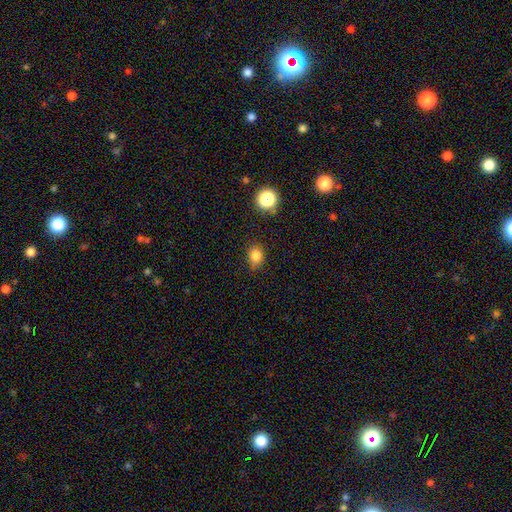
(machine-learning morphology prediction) smooth 82%, star or artifact 13%, featured or disk 5%. Down the decision tree: how rounded — round (60%); merging — none (74%).